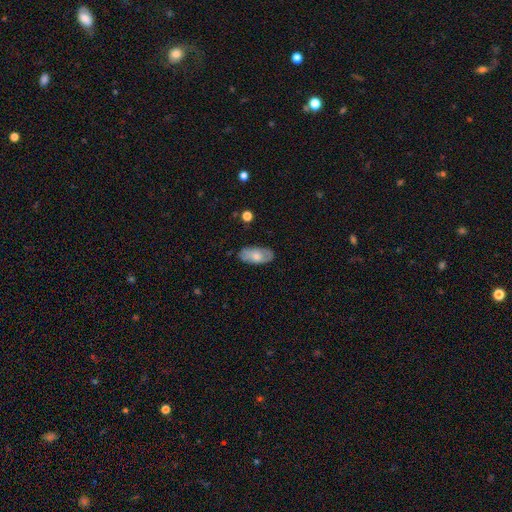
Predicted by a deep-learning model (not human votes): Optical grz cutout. It shows a smooth galaxy with no disk features (66%) that is in between round and cigar-shaped (92%). Merging: none (80%).